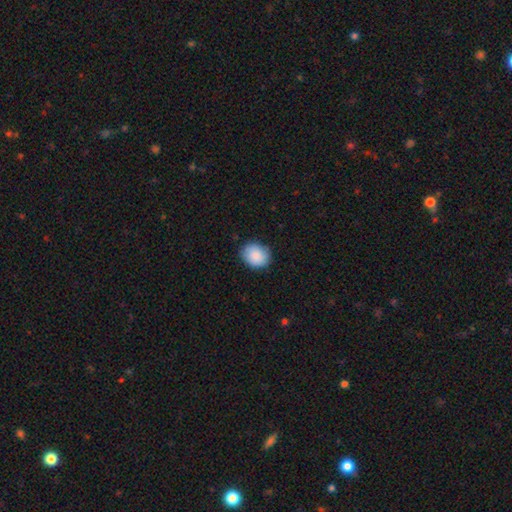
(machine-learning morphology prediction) smooth_or_featured: smooth (p=0.88) [alt: star or artifact p=0.07]
how_rounded: round (p=0.56) [alt: in between p=0.43]
merging: none (p=0.83) [alt: minor disturbance p=0.13]